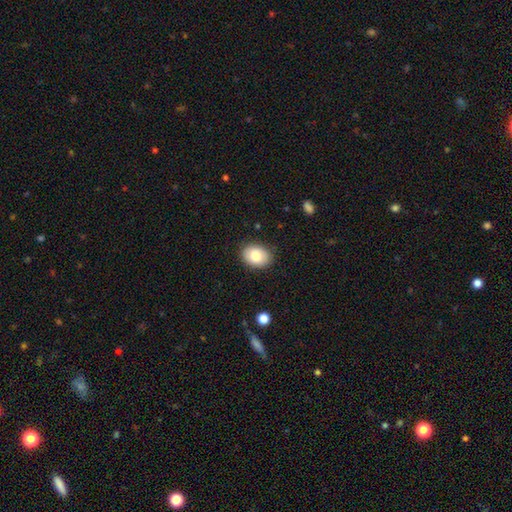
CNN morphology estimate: Q: Smooth or featured?
A: smooth (84%); runner-up: featured or disk (9%)
Q: How rounded?
A: in between (71%); runner-up: round (28%)
Q: Merging?
A: none (87%); runner-up: minor disturbance (9%)